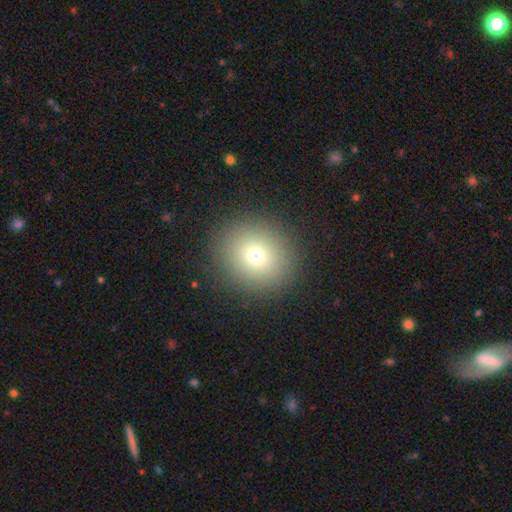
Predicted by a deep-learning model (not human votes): Smooth or featured? smooth (75%)
How rounded? round (85%)
Merging? none (90%)